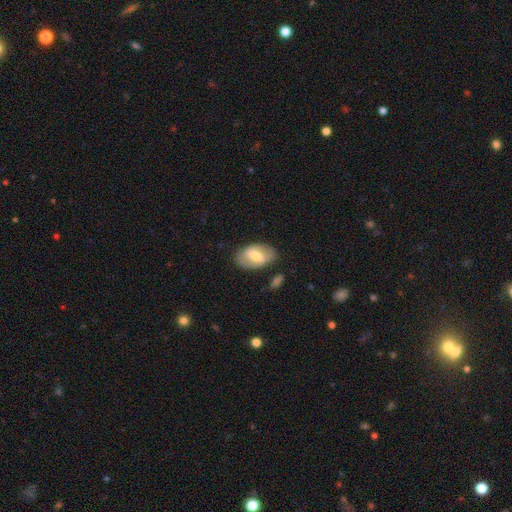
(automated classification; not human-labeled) Smooth or featured: featured or disk — 48% (smooth — 46%)
Merging: none — 75% (minor disturbance — 17%)